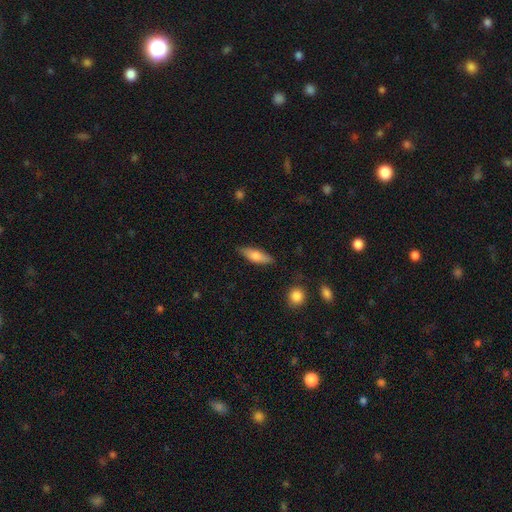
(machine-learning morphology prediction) Overall: smooth (66%; featured or disk 28%). How rounded: in between (49%; cigar-shaped 48%). Merging: none (83%).